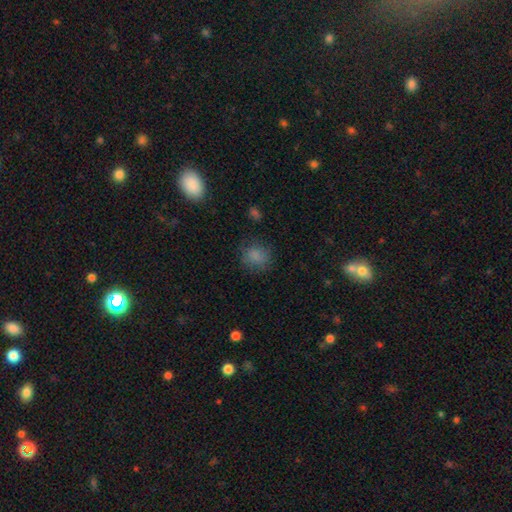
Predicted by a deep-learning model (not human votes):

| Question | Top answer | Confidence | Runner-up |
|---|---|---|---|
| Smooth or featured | smooth | 82% | star or artifact (11%) |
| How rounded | round | 76% | in between (23%) |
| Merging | none | 75% | minor disturbance (17%) |